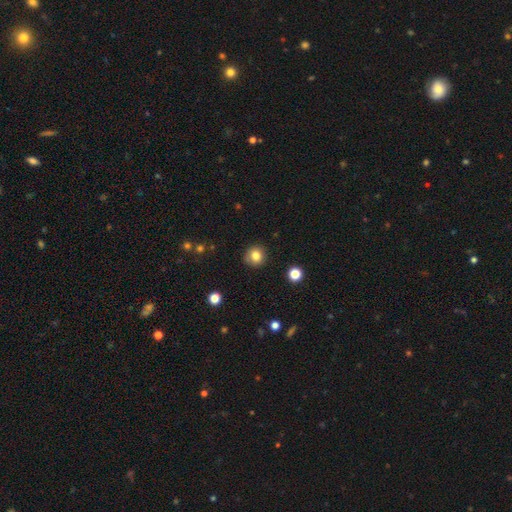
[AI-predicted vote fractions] The model was most divided on "smooth or featured": smooth: 83%, star or artifact: 11%, featured or disk: 6%. More confident: how rounded — round (92%); merging — none (88%).